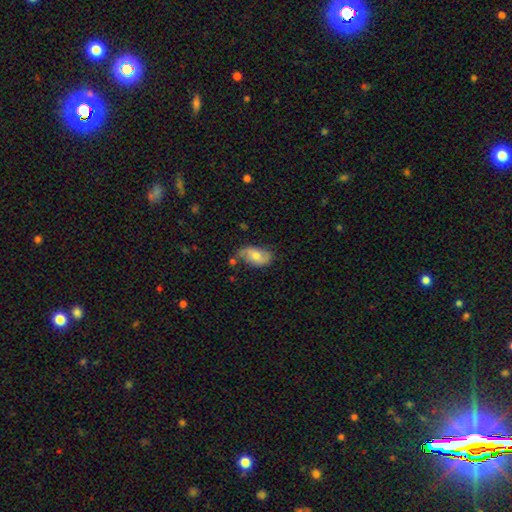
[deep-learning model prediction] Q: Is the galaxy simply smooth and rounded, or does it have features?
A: smooth — 60%.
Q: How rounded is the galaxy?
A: in between — 92%.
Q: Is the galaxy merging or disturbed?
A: none — 55%.